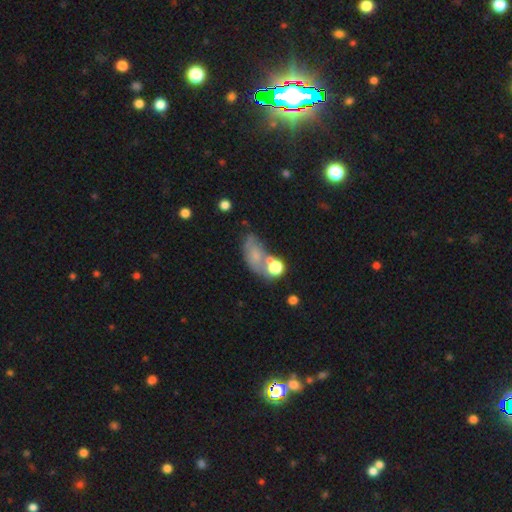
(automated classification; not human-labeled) Morphology: type=smooth (54%); roundness=in between (81%); merging=none (32%).